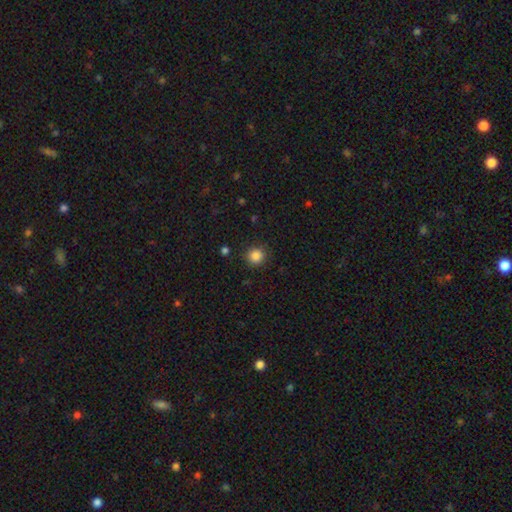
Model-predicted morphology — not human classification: Overall: smooth (85%). How rounded: round (92%). Merging: none (90%).